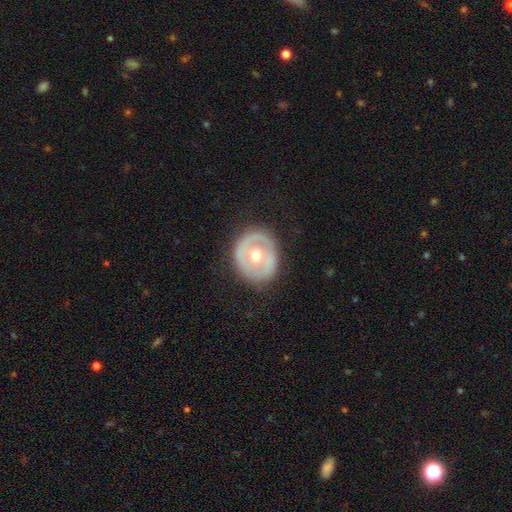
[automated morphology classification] smooth_or_featured: featured or disk (p=0.58) [alt: smooth p=0.36]
disk_edge_on: no (p=0.95) [alt: yes p=0.05]
bar: no (p=0.78) [alt: weak p=0.15]
has_spiral_arms: no (p=0.82) [alt: yes p=0.18]
bulge_size: moderate (p=0.70) [alt: small p=0.25]
merging: none (p=0.81) [alt: minor disturbance p=0.13]